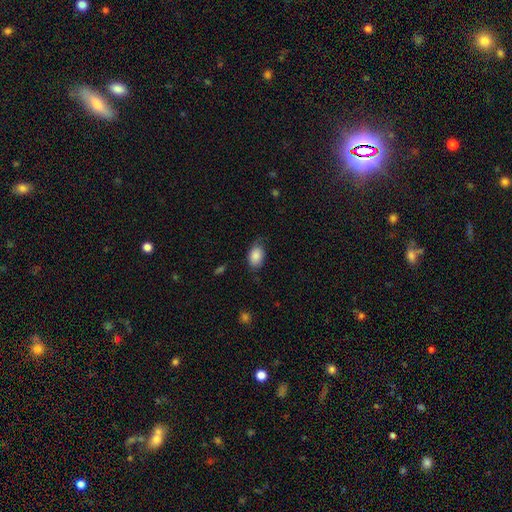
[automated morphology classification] smooth 86%, featured or disk 8%, star or artifact 7%. Down the decision tree: how rounded — in between (89%); merging — none (64%).